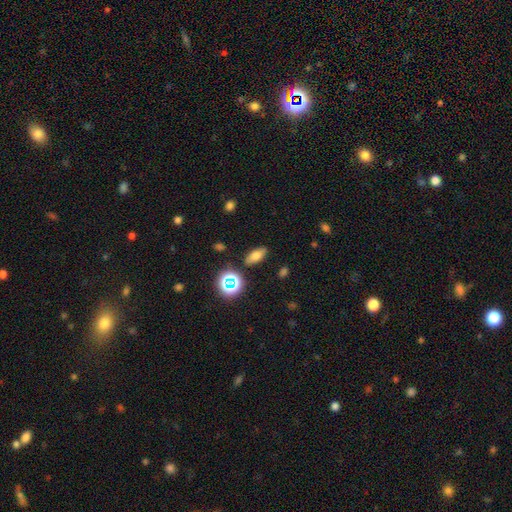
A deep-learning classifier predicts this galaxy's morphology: smooth 69%, star or artifact 16%, featured or disk 14%. Down the decision tree: how rounded — in between (81%); merging — none (84%).